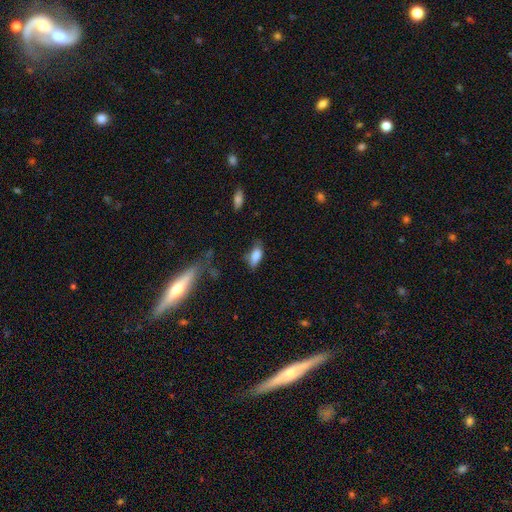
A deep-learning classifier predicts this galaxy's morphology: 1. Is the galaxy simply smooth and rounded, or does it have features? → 83% smooth, 9% featured or disk, 8% star or artifact.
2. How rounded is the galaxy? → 84% in between, 13% cigar-shaped, 3% round.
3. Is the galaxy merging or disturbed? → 58% none, 30% minor disturbance, 9% major disturbance, 4% merger.